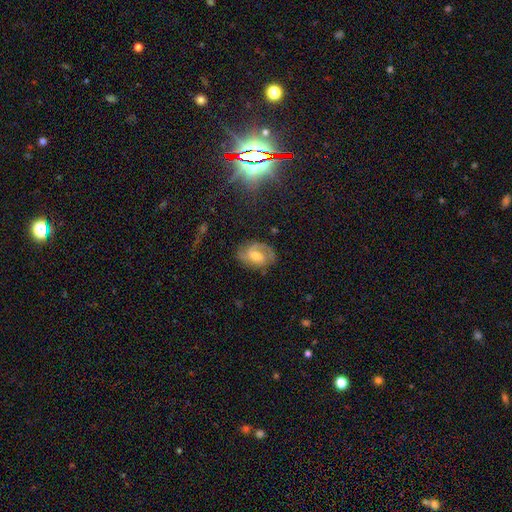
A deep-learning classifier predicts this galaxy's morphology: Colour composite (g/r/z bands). It shows a featured or disk galaxy (72%) with a weak bar (47%), 2 (66%) medium (45%) spiral arms (91%) and a moderate central bulge (65%). Merging: none (70%).